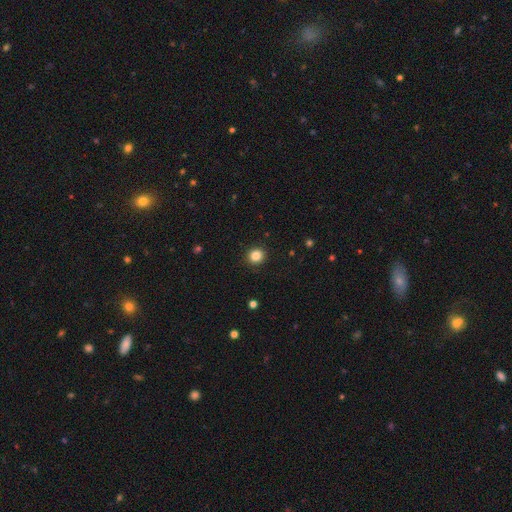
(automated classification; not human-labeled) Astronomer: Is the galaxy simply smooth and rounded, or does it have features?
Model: smooth — 85%.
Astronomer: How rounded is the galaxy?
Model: round — 92%.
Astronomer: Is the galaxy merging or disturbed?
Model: none — 92%.